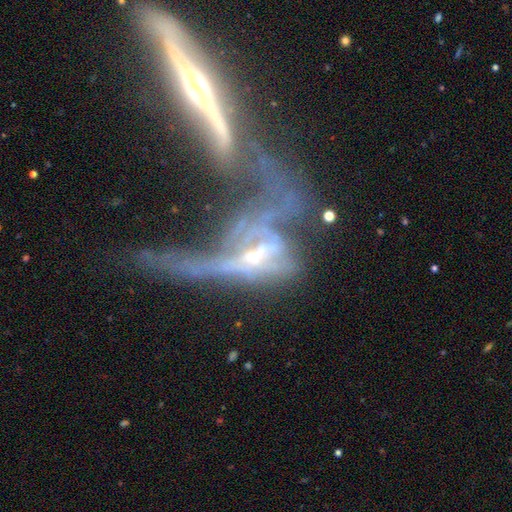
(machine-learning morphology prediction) Smooth or featured? featured or disk (70%)
Edge-on disk? no (59%)
Merging? merger (52%)